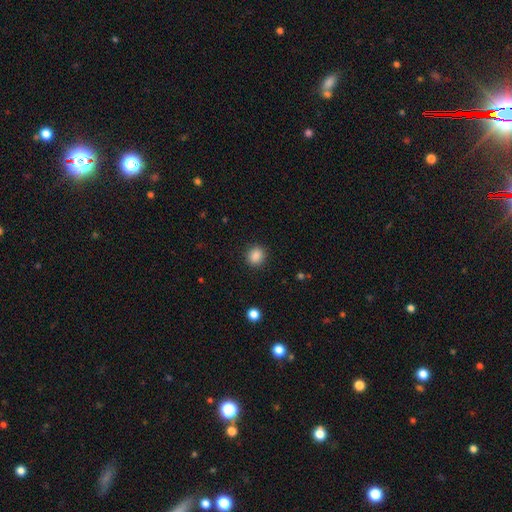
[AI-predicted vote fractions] smooth 87%, star or artifact 10%, featured or disk 3%. Down the decision tree: how rounded — round (80%); merging — none (90%).